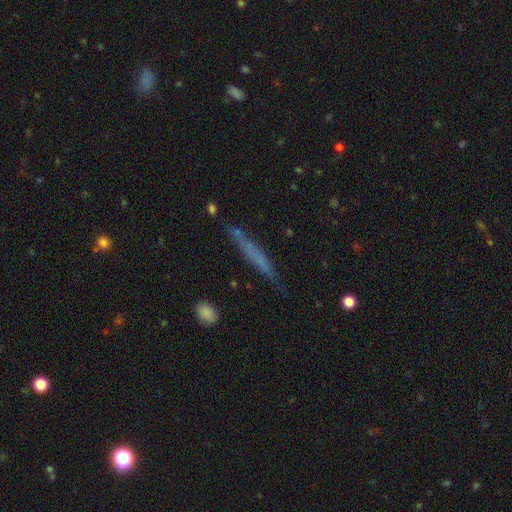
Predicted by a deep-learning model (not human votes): Q: Smooth or featured?
A: smooth (54%); runner-up: featured or disk (37%)
Q: How rounded?
A: cigar-shaped (94%); runner-up: in between (4%)
Q: Merging?
A: none (77%); runner-up: minor disturbance (16%)